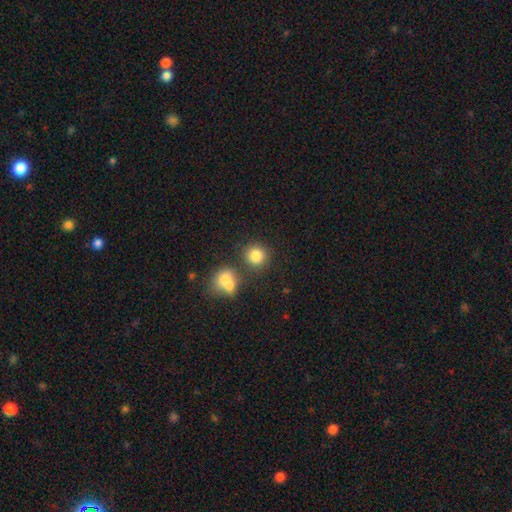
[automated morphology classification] Smooth or featured? Predicted: smooth (p=0.82). How rounded? Predicted: round (p=0.88). Merging? Predicted: none (p=0.73).